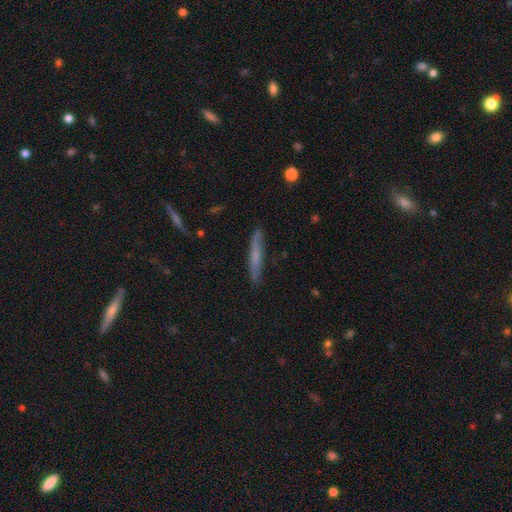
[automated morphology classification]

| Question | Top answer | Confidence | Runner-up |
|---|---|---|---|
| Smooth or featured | smooth | 58% | featured or disk (34%) |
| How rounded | cigar-shaped | 94% | in between (4%) |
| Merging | none | 85% | minor disturbance (11%) |